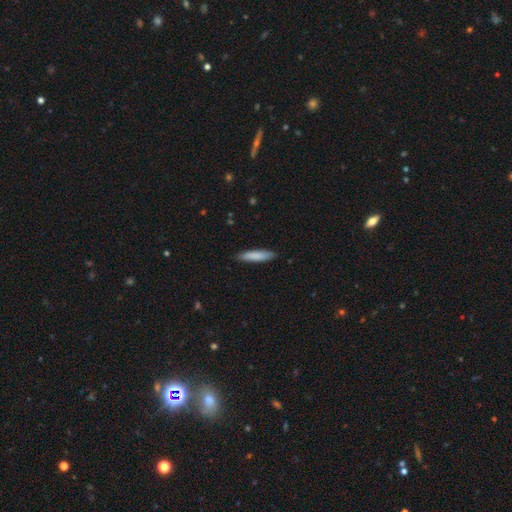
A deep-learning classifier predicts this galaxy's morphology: Smooth or featured? smooth (83%)
How rounded? cigar-shaped (83%)
Merging? none (87%)